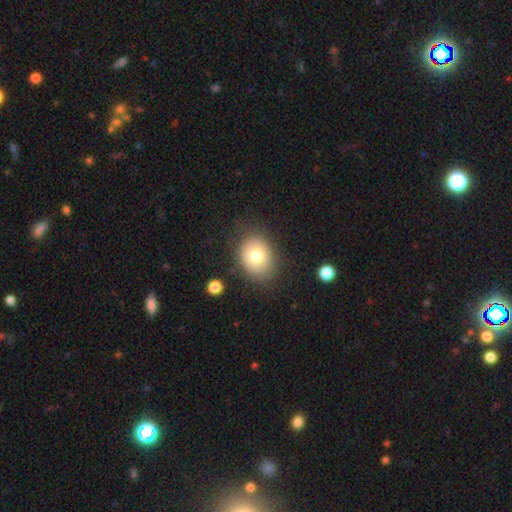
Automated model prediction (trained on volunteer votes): Smooth or featured? smooth (76%)
How rounded? in between (51%)
Merging? none (79%)